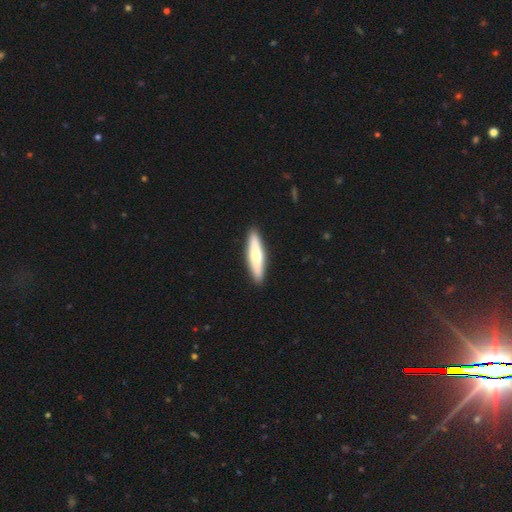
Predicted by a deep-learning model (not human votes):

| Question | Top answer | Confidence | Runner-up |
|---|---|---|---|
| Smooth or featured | smooth | 55% | featured or disk (40%) |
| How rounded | cigar-shaped | 81% | in between (18%) |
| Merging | none | 91% | minor disturbance (7%) |